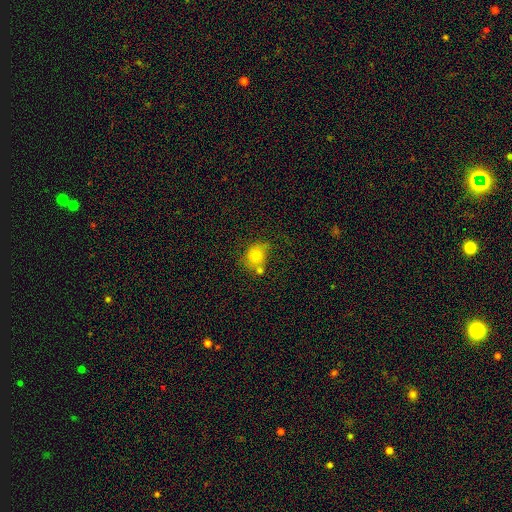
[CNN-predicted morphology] smooth-or-featured: smooth: 77% | featured or disk: 12% | star or artifact: 11%
  how-rounded: round: 67% | in between: 32% | cigar-shaped: 1%
  merging: none: 49% | minor disturbance: 22% | merger: 20% | major disturbance: 9%